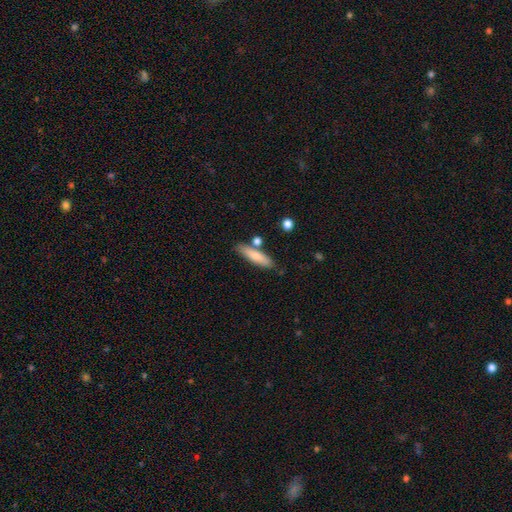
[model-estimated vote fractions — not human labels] A smooth galaxy with no disk features (75%) that is cigar-shaped (75%).

Vote fractions:
- Smooth or featured? smooth: 75% / featured or disk: 19% / star or artifact: 6%
- How rounded? cigar-shaped: 75% / in between: 23% / round: 2%
- Merging? none: 75% / minor disturbance: 13% / merger: 9% / major disturbance: 3%